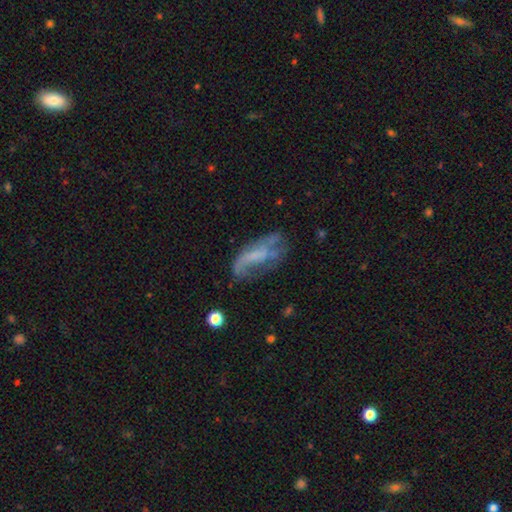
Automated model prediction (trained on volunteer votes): This appears to be a featured or disk galaxy (56%) with no bar (60%), spiral arms (54%) and no central bulge (54%). Merging: none (37%).